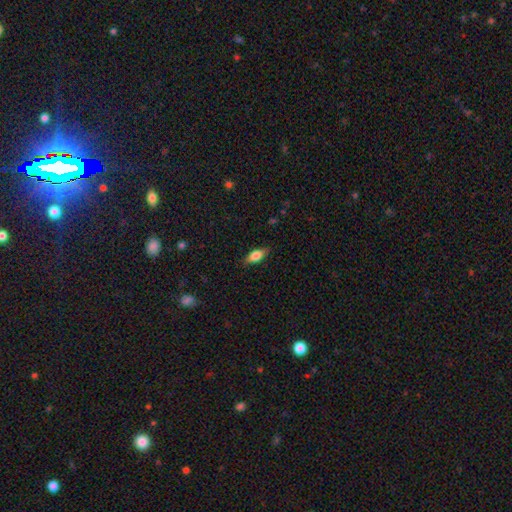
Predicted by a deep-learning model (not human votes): Smooth or featured? Predicted: smooth (p=0.71). How rounded? Predicted: in between (p=0.76). Merging? Predicted: none (p=0.84).